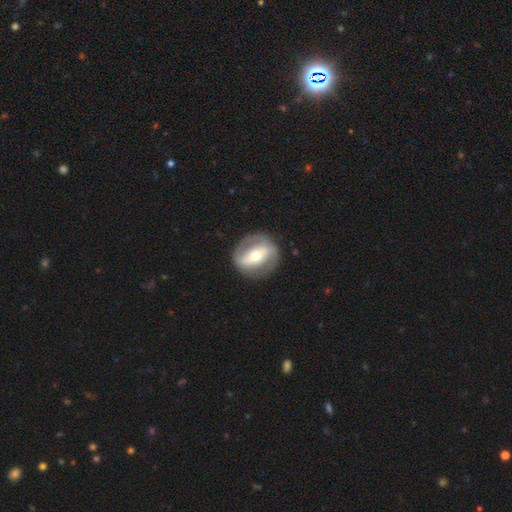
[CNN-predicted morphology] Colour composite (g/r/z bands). It shows a featured or disk galaxy (69%) with a strong bar (56%), spiral arms (52%) and a moderate central bulge (68%). Merging: none (83%).